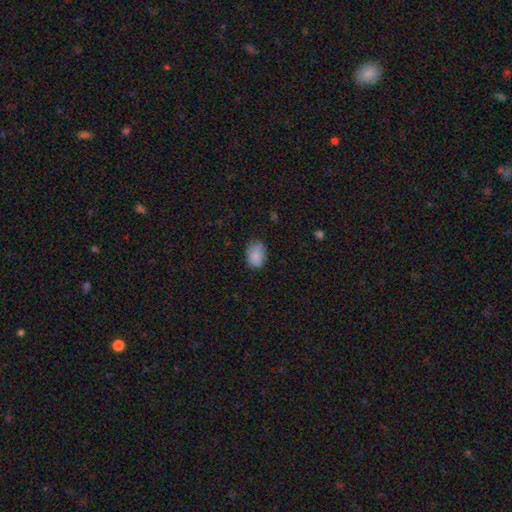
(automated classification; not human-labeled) Morphology: type=smooth (85%); roundness=in between (77%); merging=none (70%).